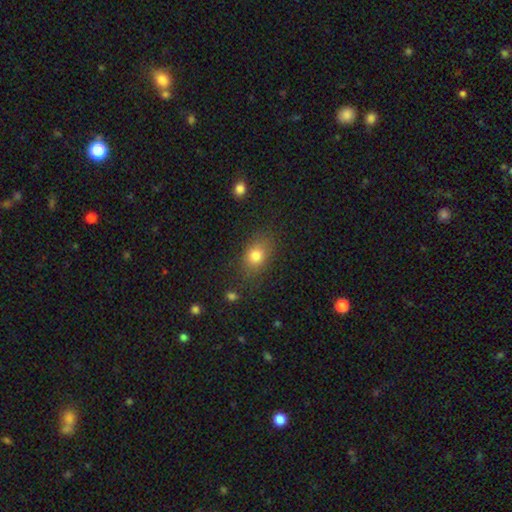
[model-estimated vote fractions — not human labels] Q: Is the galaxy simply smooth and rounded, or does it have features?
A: smooth — 79%.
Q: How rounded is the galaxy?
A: in between — 63%.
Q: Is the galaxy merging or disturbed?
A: none — 77%.